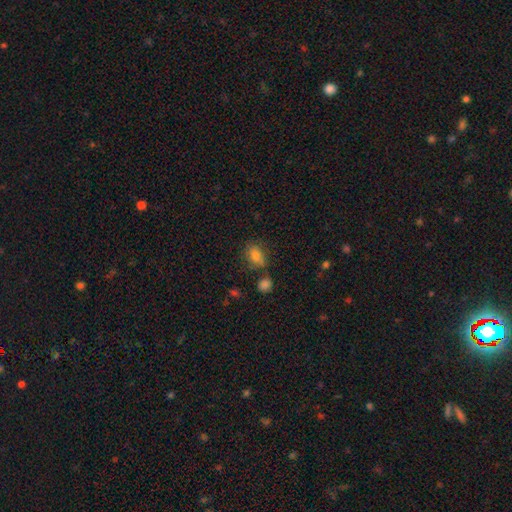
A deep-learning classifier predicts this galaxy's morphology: Smooth or featured?
  - smooth: 79% *
  - star or artifact: 11%
  - featured or disk: 10%
How rounded?
  - in between: 71% *
  - round: 27%
  - cigar-shaped: 2%
Merging?
  - none: 66% *
  - minor disturbance: 19%
  - merger: 10%
  - major disturbance: 6%